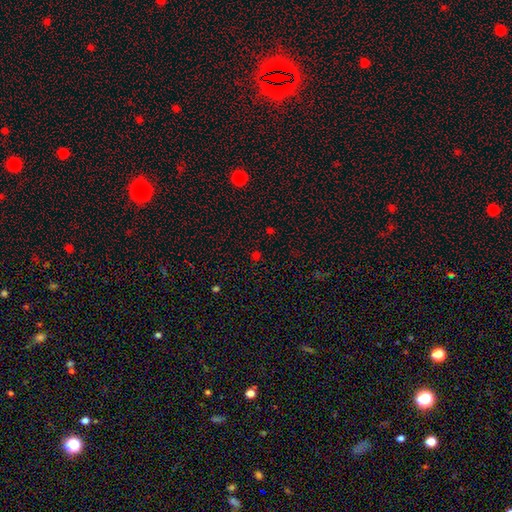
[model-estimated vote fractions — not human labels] smooth_or_featured: smooth (p=0.50) [alt: star or artifact p=0.44]
merging: none (p=0.82) [alt: minor disturbance p=0.10]